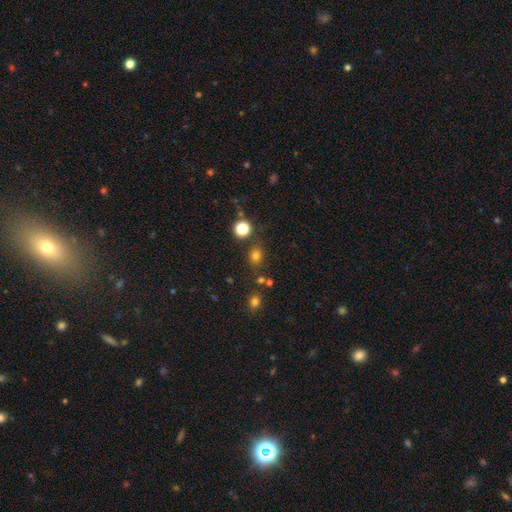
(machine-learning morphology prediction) Q: Smooth or featured?
A: smooth (75%); runner-up: star or artifact (20%)
Q: How rounded?
A: round (58%); runner-up: in between (41%)
Q: Merging?
A: none (77%); runner-up: minor disturbance (11%)